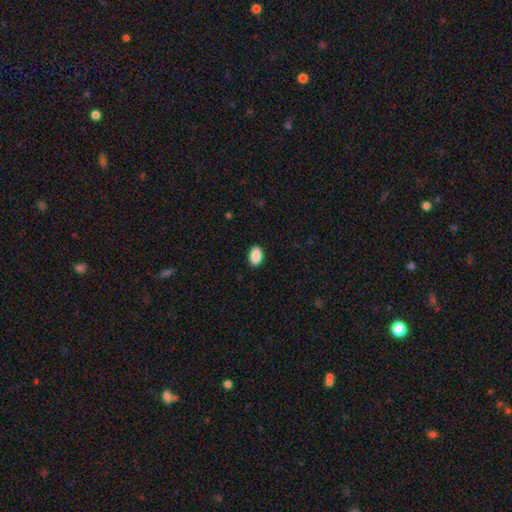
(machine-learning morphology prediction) smooth-or-featured: smooth: 90% | star or artifact: 7% | featured or disk: 3%
  how-rounded: in between: 92% | round: 7% | cigar-shaped: 1%
  merging: none: 90% | minor disturbance: 7% | major disturbance: 2% | merger: 1%